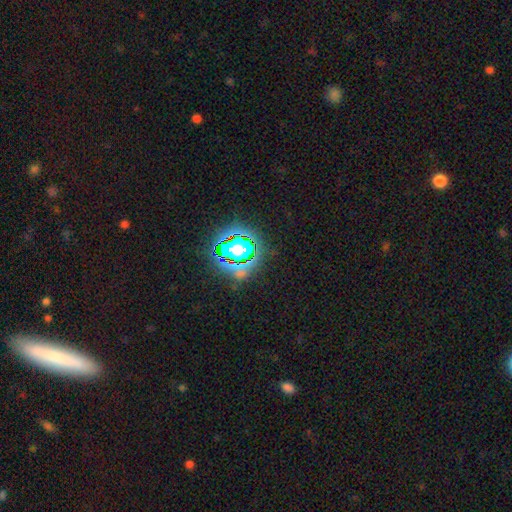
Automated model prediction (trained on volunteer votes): Smooth or featured: star or artifact — 75% (smooth — 16%)